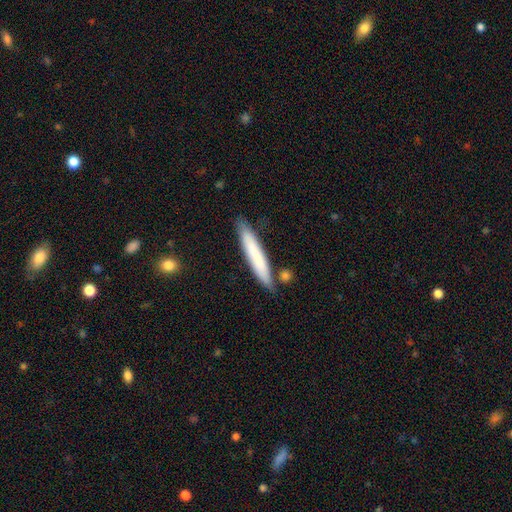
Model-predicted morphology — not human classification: Q: Smooth or featured?
A: smooth (71%); runner-up: featured or disk (23%)
Q: How rounded?
A: cigar-shaped (93%); runner-up: in between (6%)
Q: Merging?
A: none (80%); runner-up: minor disturbance (13%)